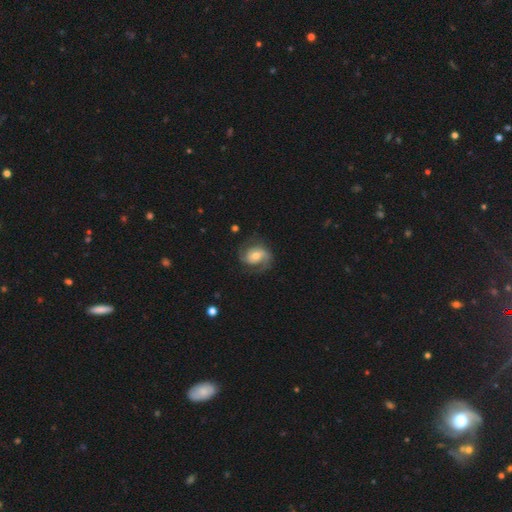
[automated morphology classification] A featured or disk galaxy (76%) with no bar (56%), 2 (72%) medium (47%) spiral arms (93%) and a moderate central bulge (59%).

Vote fractions:
- Smooth or featured? featured or disk: 76% / smooth: 18% / star or artifact: 6%
- Edge-on disk? no: 98% / yes: 2%
- Bar? no: 56% / weak: 34% / strong: 10%
- Spiral arms? yes: 93% / no: 7%
- Spiral winding? medium: 47% / tight: 29% / loose: 24%
- Spiral arm count? 2: 72% / 1: 10% / can't tell: 9% / 3: 6% / 4: 2% / more than 4: 2%
- Bulge size? moderate: 59% / small: 31% / large: 7% / none: 2% / dominant: 1%
- Merging? none: 68% / minor disturbance: 18% / major disturbance: 12% / merger: 1%